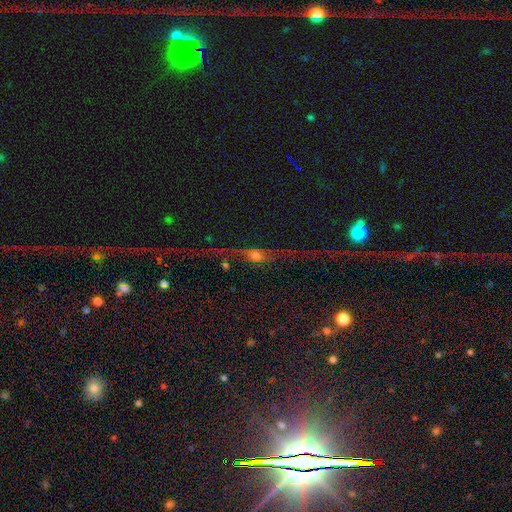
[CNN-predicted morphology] This is possibly a featured or disk galaxy (54%). It is likely viewed edge-on (67%). Merging: likely none (62%).